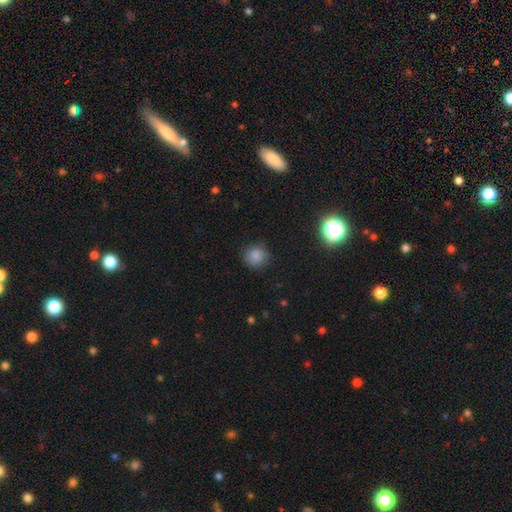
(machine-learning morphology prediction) The model was most divided on "smooth or featured": smooth: 82%, star or artifact: 12%, featured or disk: 6%. More confident: how rounded — round (88%); merging — none (82%).